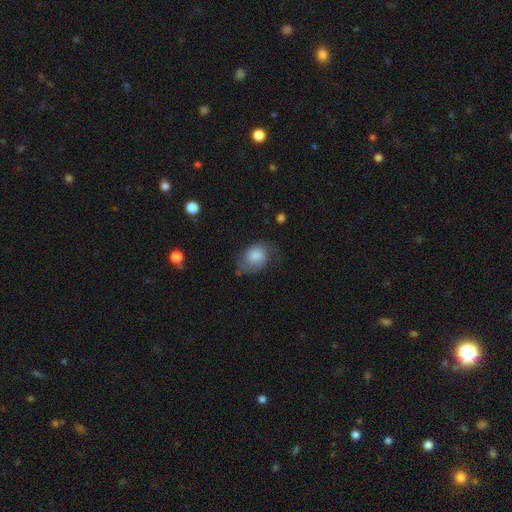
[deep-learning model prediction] Overall: smooth (63%; featured or disk 29%). How rounded: in between (71%). Merging: none (48%; minor disturbance 32%).